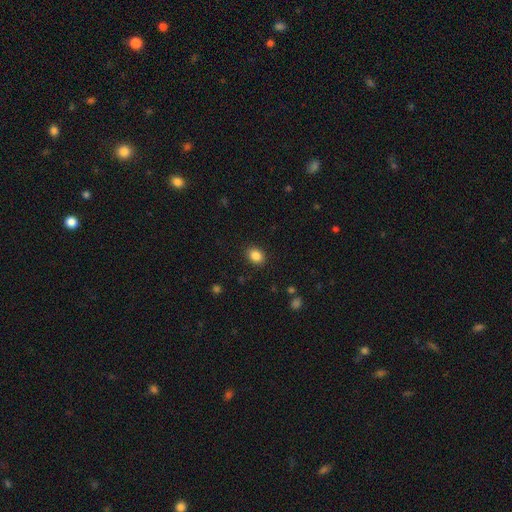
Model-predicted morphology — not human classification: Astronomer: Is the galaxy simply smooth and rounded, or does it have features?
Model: smooth — 87%.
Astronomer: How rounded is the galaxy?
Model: in between — 58% (runner-up: round, 41%).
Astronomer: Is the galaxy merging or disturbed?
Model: none — 89%.